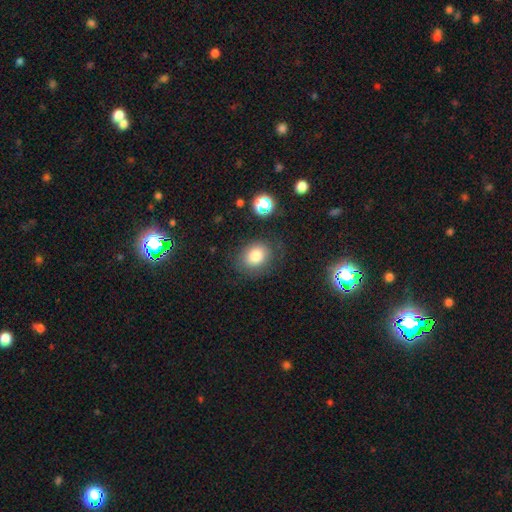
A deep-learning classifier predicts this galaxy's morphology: A smooth galaxy with no disk features (80%) that is round (55%). Merging: none (74%).